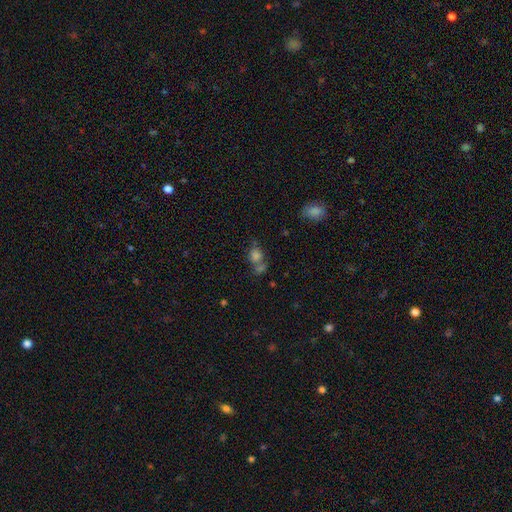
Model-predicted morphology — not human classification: Overall: smooth (70%). How rounded: round (59%; in between 39%). Merging: merger (42%; none 40%).